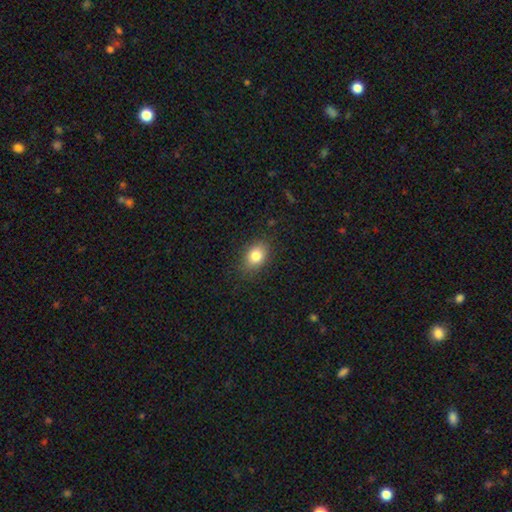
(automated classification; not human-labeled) Smooth or featured: smooth — 82% (star or artifact — 10%)
How rounded: in between — 68% (round — 31%)
Merging: none — 83% (minor disturbance — 12%)